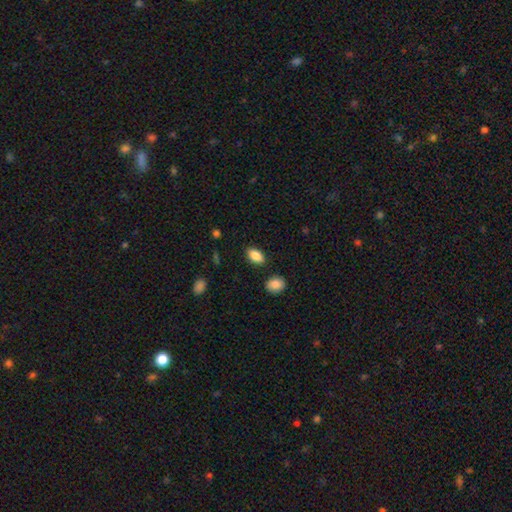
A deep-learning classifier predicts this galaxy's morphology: type=smooth (87%); roundness=in between (91%); merging=none (87%).